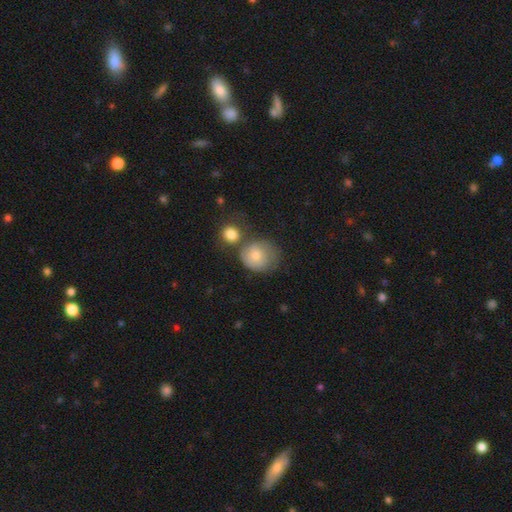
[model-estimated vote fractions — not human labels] A smooth galaxy with no disk features (71%) that is round (76%).

Vote fractions:
- Smooth or featured? smooth: 71% / featured or disk: 22% / star or artifact: 8%
- How rounded? round: 76% / in between: 23% / cigar-shaped: 1%
- Merging? none: 42% / merger: 23% / minor disturbance: 22% / major disturbance: 13%